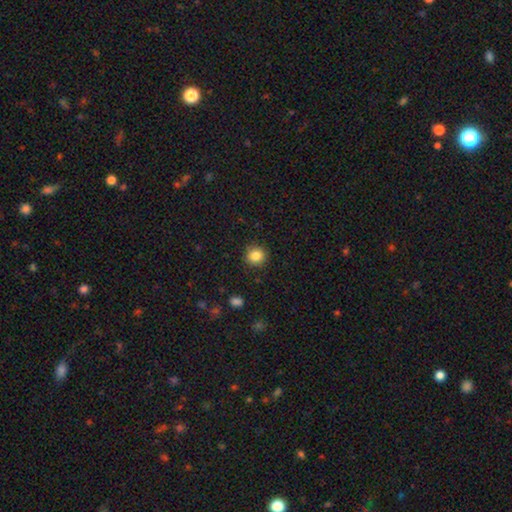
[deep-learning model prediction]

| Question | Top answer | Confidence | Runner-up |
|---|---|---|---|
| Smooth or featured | smooth | 84% | star or artifact (11%) |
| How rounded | round | 90% | in between (9%) |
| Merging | none | 90% | minor disturbance (7%) |